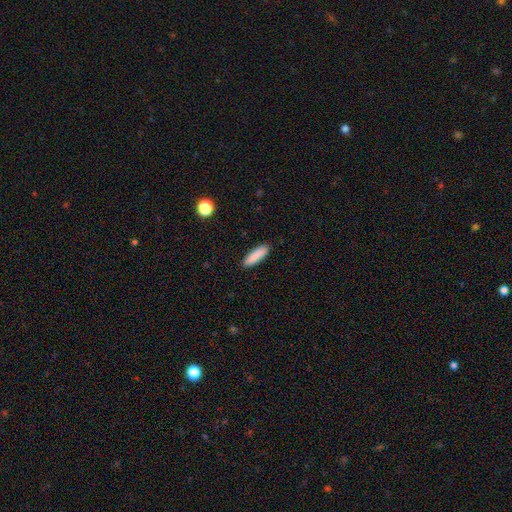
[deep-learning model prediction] smooth-or-featured: smooth: 88% | star or artifact: 6% | featured or disk: 6%
  how-rounded: cigar-shaped: 62% | in between: 37% | round: 2%
  merging: none: 90% | minor disturbance: 7% | major disturbance: 2% | merger: 1%